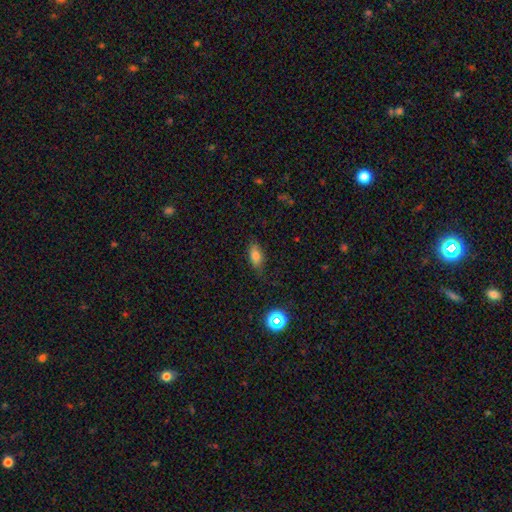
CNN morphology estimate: Smooth or featured? smooth (75%)
How rounded? in between (82%)
Merging? none (75%)